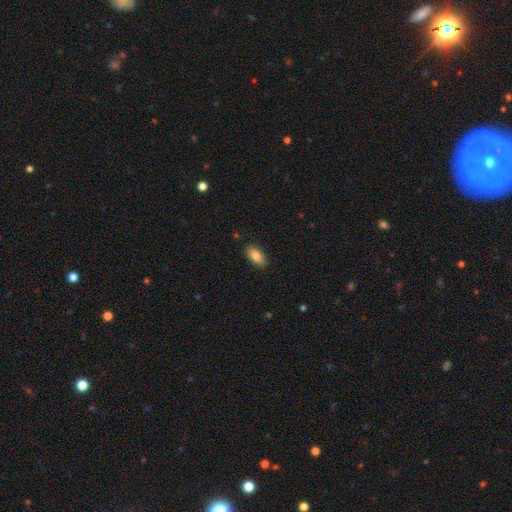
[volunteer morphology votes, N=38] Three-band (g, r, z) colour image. It shows a smooth galaxy with no disk features (89%) that is in between round and cigar-shaped (94%). Merging: none (81%).